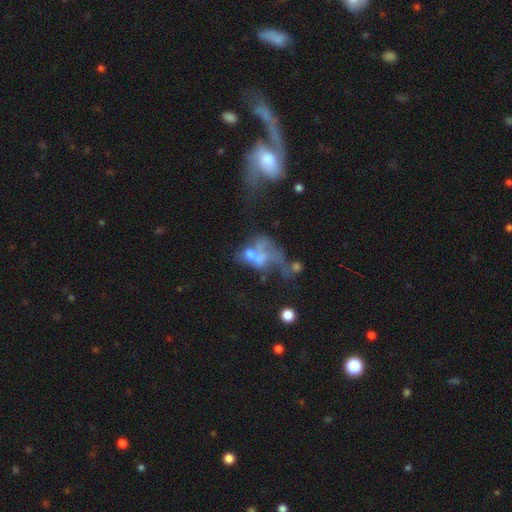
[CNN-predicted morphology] Q: Smooth or featured?
A: featured or disk (47%); runner-up: smooth (36%)
Q: Merging?
A: merger (41%); runner-up: major disturbance (36%)